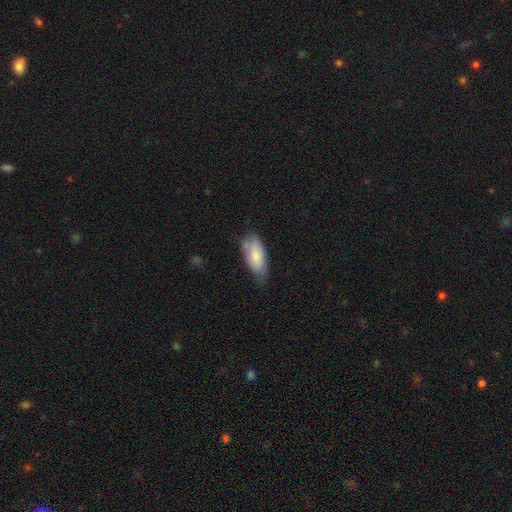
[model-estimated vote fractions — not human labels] smooth-or-featured: smooth: 80% | featured or disk: 14% | star or artifact: 6%
  how-rounded: in between: 88% | cigar-shaped: 10% | round: 2%
  merging: none: 53% | minor disturbance: 36% | major disturbance: 8% | merger: 3%